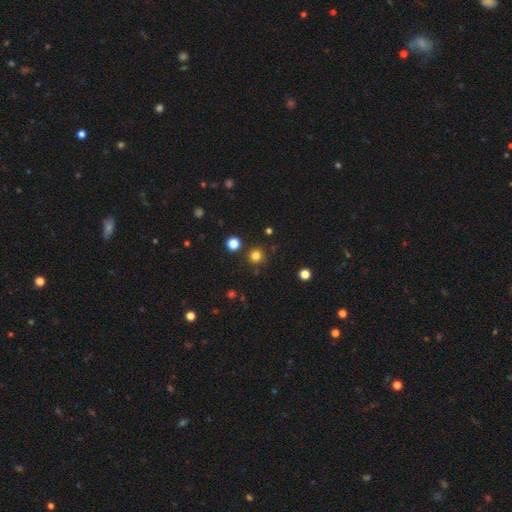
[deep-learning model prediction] Overall: smooth (79%). How rounded: round (93%). Merging: none (86%).